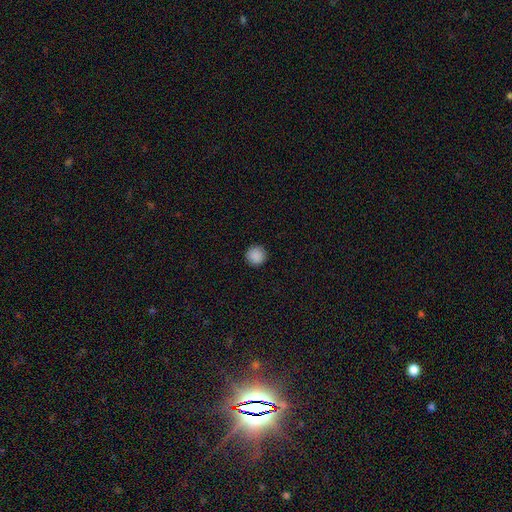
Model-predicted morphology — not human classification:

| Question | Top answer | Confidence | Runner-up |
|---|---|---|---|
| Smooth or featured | smooth | 89% | star or artifact (9%) |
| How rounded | round | 96% | in between (3%) |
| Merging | none | 92% | minor disturbance (5%) |